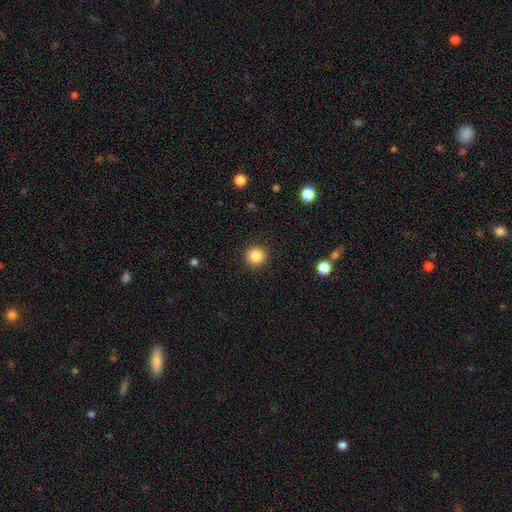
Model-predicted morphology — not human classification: The model was most divided on "smooth or featured": smooth: 86%, star or artifact: 10%, featured or disk: 4%. More confident: how rounded — round (94%); merging — none (92%).